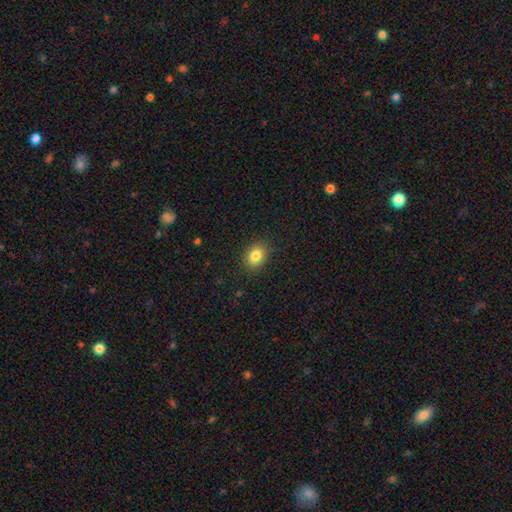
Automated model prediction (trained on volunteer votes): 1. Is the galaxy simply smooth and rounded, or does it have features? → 84% smooth, 10% star or artifact, 6% featured or disk.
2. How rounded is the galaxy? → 67% in between, 32% round, 1% cigar-shaped.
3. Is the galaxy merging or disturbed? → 87% none, 9% minor disturbance, 3% major disturbance, 1% merger.